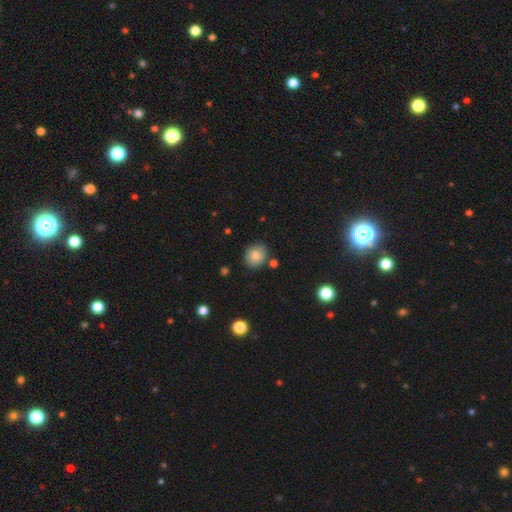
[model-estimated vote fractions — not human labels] Q: Smooth or featured?
A: smooth (82%); runner-up: star or artifact (9%)
Q: How rounded?
A: round (70%); runner-up: in between (29%)
Q: Merging?
A: none (82%); runner-up: minor disturbance (11%)